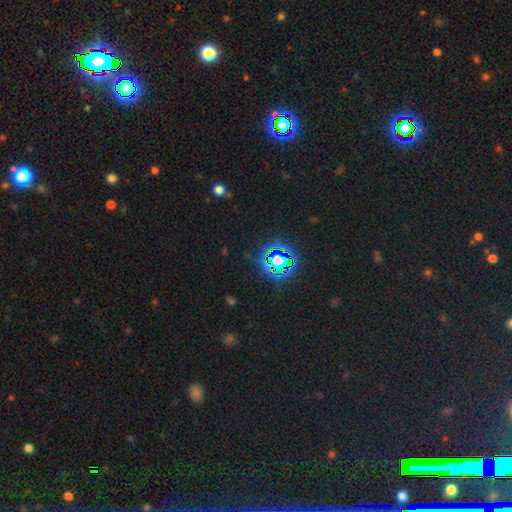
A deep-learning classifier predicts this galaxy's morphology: The model was most divided on "smooth or featured": star or artifact: 77%, smooth: 17%, featured or disk: 7%.